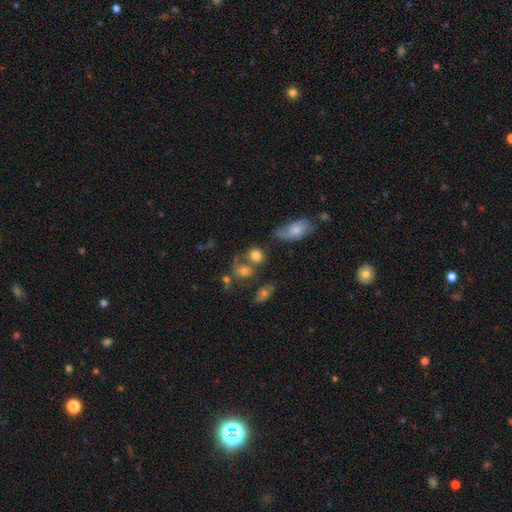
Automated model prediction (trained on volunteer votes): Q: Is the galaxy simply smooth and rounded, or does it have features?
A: smooth — 75%.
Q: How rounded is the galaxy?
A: round — 51%.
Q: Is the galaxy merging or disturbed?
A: none — 44%.